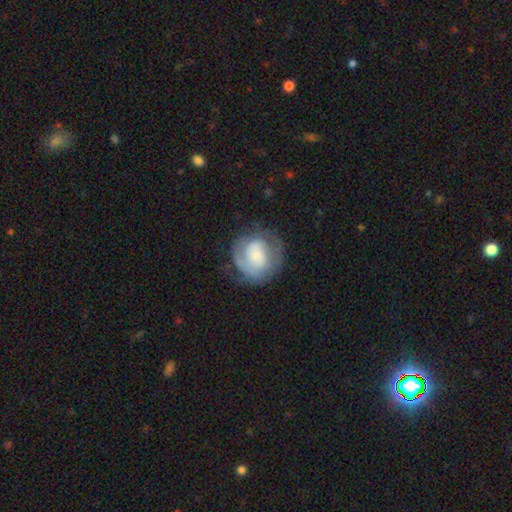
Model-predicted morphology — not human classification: Q: Smooth or featured?
A: featured or disk (61%); runner-up: smooth (32%)
Q: Edge-on disk?
A: no (98%); runner-up: yes (2%)
Q: Bar?
A: no (66%); runner-up: weak (26%)
Q: Spiral arms?
A: yes (80%); runner-up: no (20%)
Q: Bulge size?
A: small (52%); runner-up: moderate (27%)
Q: Merging?
A: none (63%); runner-up: minor disturbance (20%)